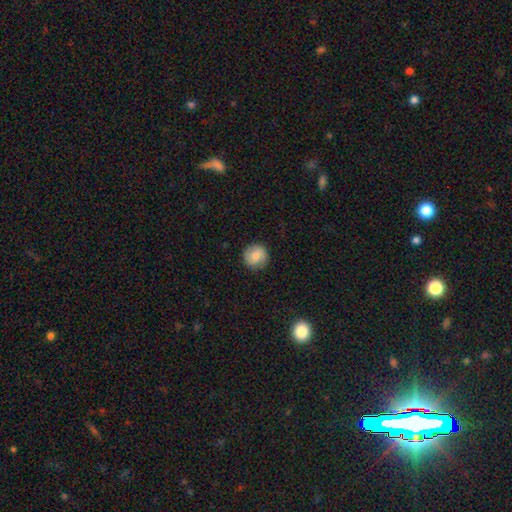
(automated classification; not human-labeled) A smooth galaxy with no disk features (72%) that is round (92%). Merging: none (87%).